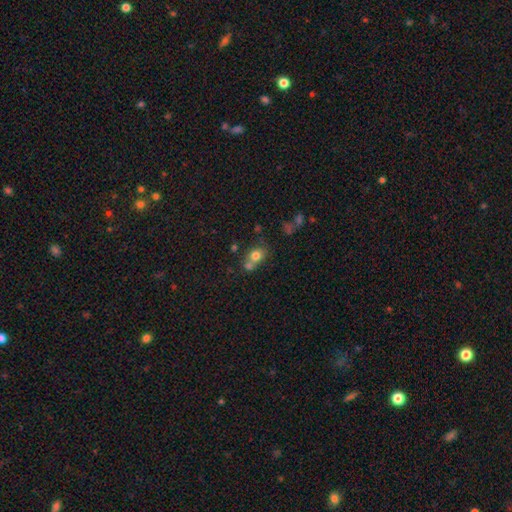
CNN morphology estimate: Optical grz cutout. It shows a smooth galaxy with no disk features (75%) that is round (68%). Merging: merger (44%).